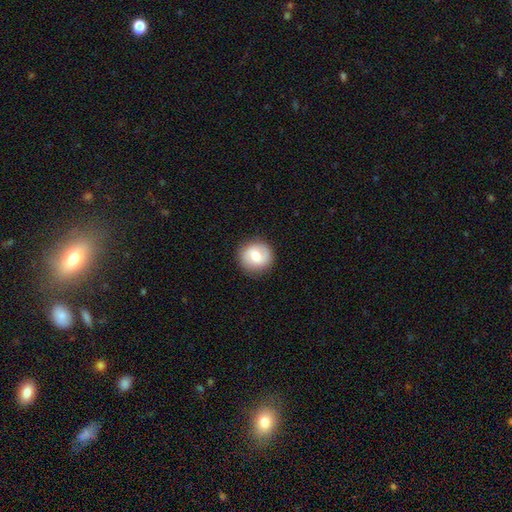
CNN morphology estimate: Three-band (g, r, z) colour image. It shows a smooth galaxy with no disk features (65%) that is round (91%). Merging: none (88%).